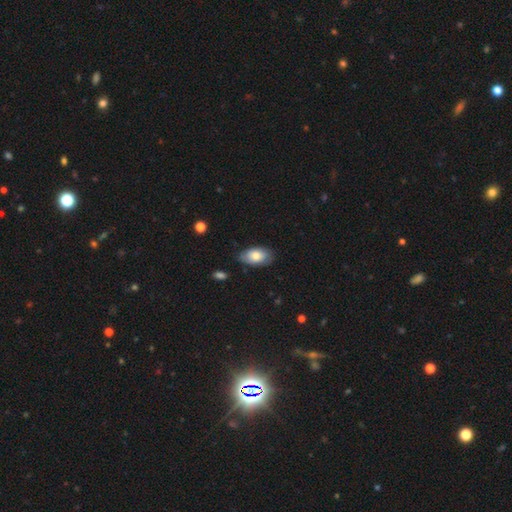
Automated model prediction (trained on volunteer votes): The model was most divided on "smooth or featured": smooth: 74%, featured or disk: 19%, star or artifact: 6%. More confident: how rounded — in between (94%); merging — none (77%).